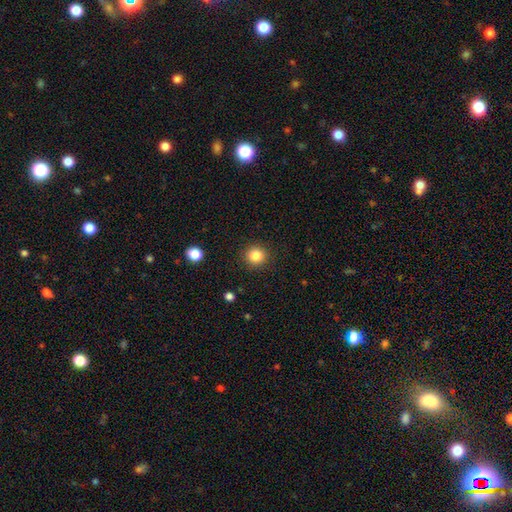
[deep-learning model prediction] This is clearly a smooth galaxy (84%). How rounded: clearly round (88%). Merging: clearly none (91%).